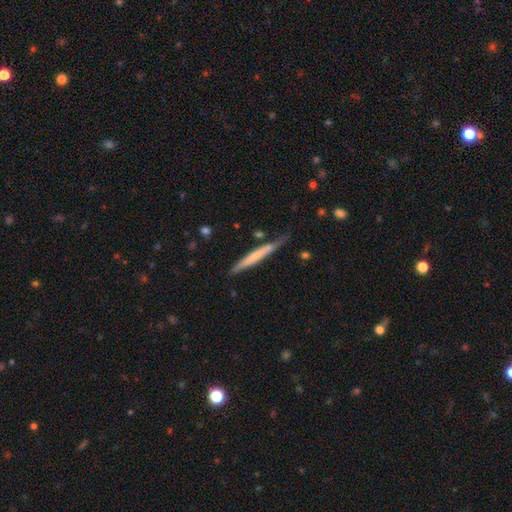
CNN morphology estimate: Smooth or featured? Predicted: smooth (p=0.50). Merging? Predicted: none (p=0.70).